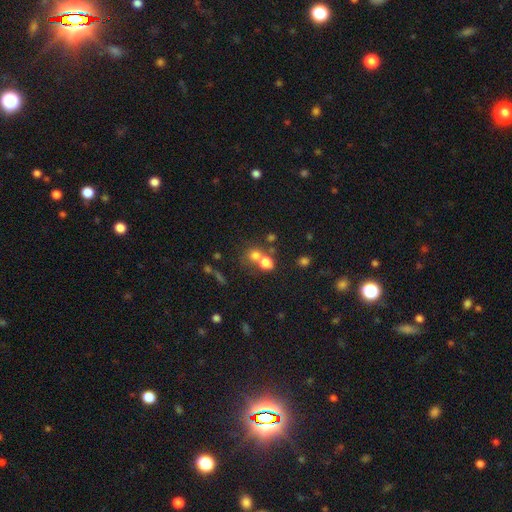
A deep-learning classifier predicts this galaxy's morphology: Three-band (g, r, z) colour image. It shows a smooth galaxy with no disk features (71%) that is round (72%). Merging: merger (50%).